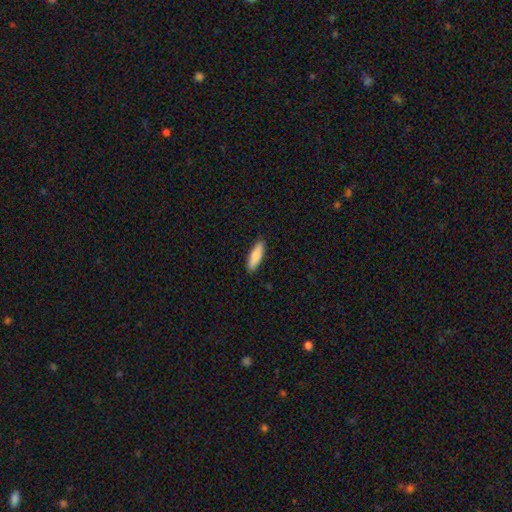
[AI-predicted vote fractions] smooth-or-featured: smooth: 83% | featured or disk: 11% | star or artifact: 6%
  how-rounded: cigar-shaped: 51% | in between: 47% | round: 2%
  merging: none: 89% | minor disturbance: 8% | major disturbance: 2% | merger: 1%